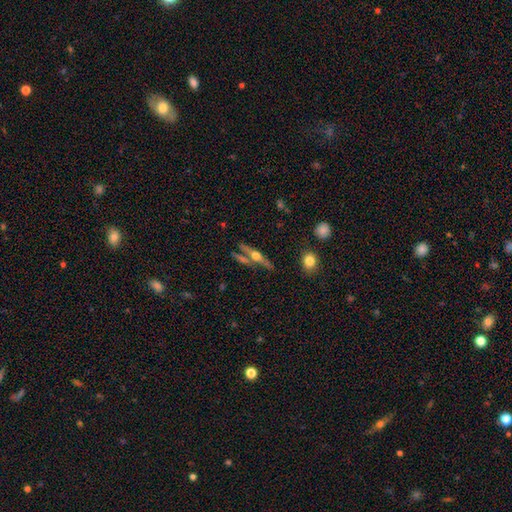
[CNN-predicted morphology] A featured or disk galaxy (72%) viewed edge-on (95%) with a rounded central bulge (95%). Merging: none (70%).